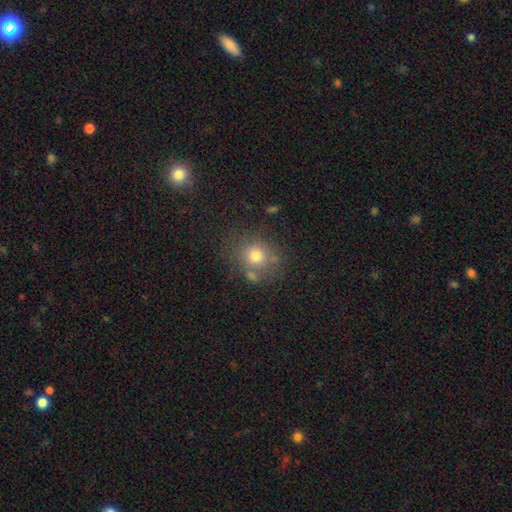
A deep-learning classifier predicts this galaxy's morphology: This is likely a smooth galaxy (74%). How rounded: likely round (76%). Merging: likely none (63%).